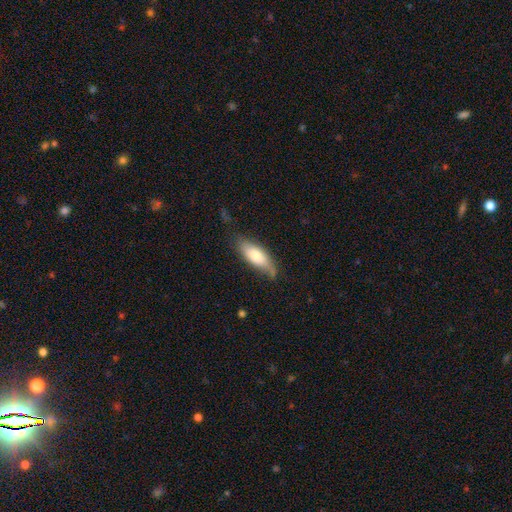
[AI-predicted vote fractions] Smooth or featured? Predicted: smooth (p=0.68). How rounded? Predicted: in between (p=0.72). Merging? Predicted: none (p=0.62).